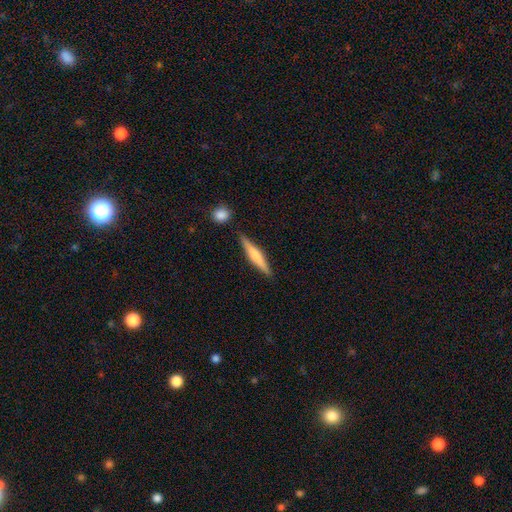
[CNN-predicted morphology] Overall: smooth (53%; featured or disk 41%). How rounded: cigar-shaped (90%). Merging: none (84%).